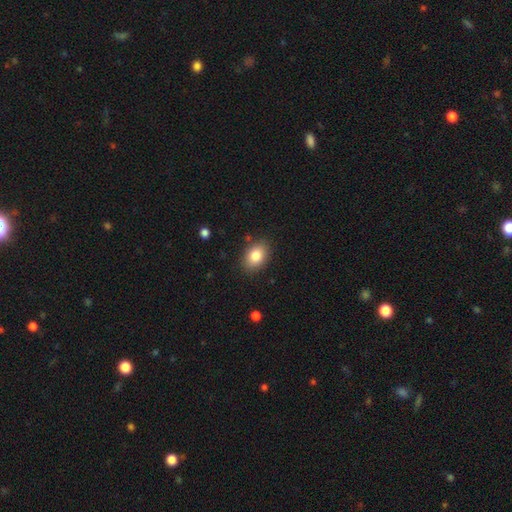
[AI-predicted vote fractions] The model was most divided on "how rounded": in between: 82%, round: 17%, cigar-shaped: 1%. More confident: merging — none (85%); smooth or featured — smooth (83%).